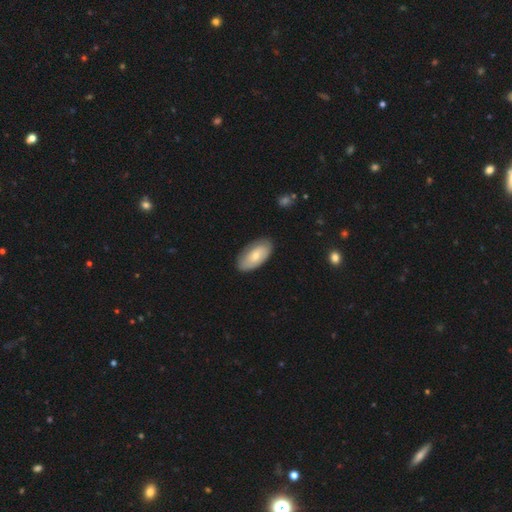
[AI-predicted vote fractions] The model was most divided on "smooth or featured": smooth: 63%, featured or disk: 31%, star or artifact: 6%. More confident: how rounded — in between (94%); merging — none (82%).